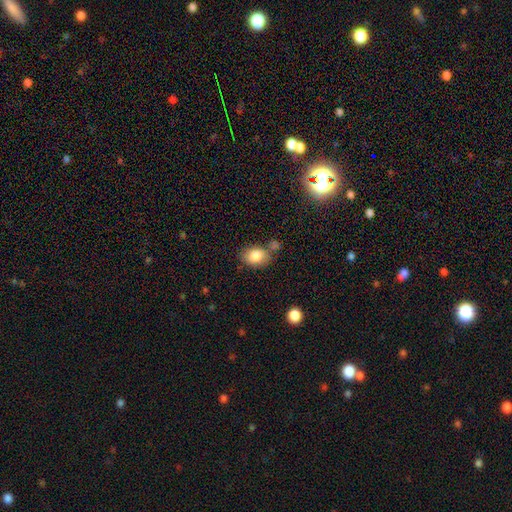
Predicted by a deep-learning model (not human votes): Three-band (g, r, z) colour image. It shows a smooth galaxy with no disk features (83%) that is in between round and cigar-shaped (76%). Merging: none (64%).